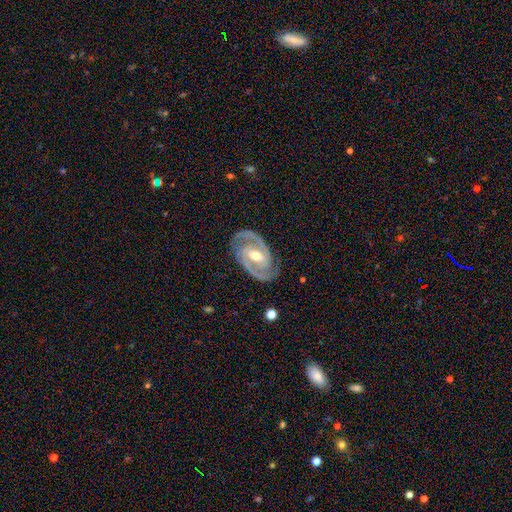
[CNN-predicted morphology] featured or disk 93%, star or artifact 4%, smooth 4%. Down the decision tree: edge-on disk — no (97%); bar — strong (41%); spiral arms — yes (98%); spiral arm count — 2 (93%); spiral winding — tight (49%); bulge size — moderate (69%); merging — none (85%).